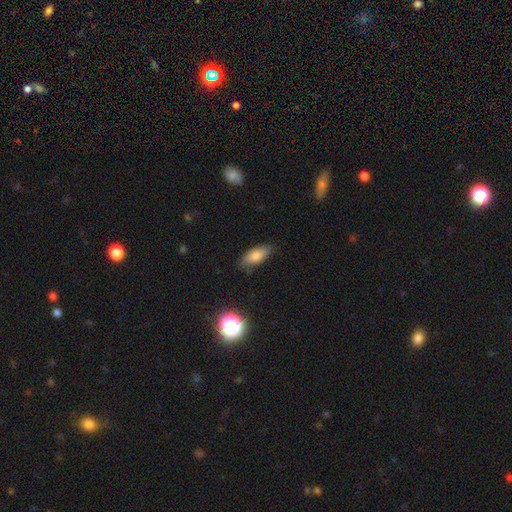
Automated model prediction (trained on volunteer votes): A smooth galaxy with no disk features (78%) that is in between round and cigar-shaped (84%).

Vote fractions:
- Smooth or featured? smooth: 78% / featured or disk: 13% / star or artifact: 9%
- How rounded? in between: 84% / cigar-shaped: 13% / round: 3%
- Merging? none: 77% / minor disturbance: 19% / major disturbance: 3% / merger: 1%